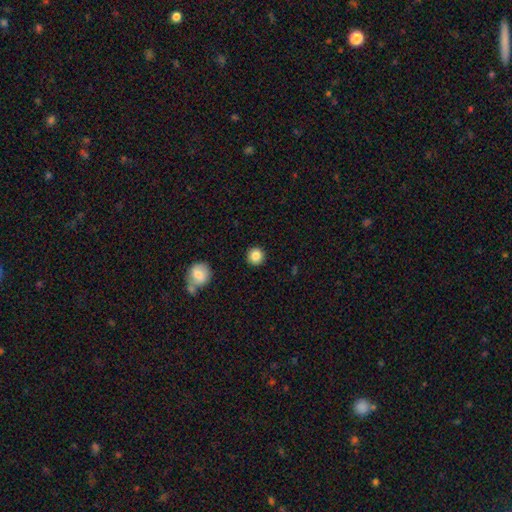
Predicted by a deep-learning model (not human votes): Smooth or featured? smooth (86%)
How rounded? round (94%)
Merging? none (91%)